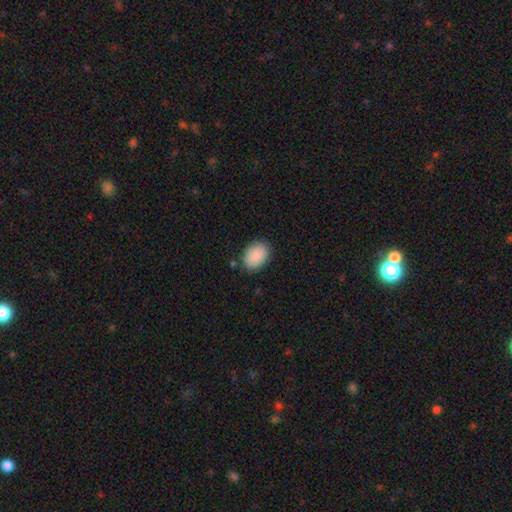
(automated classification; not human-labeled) This appears to be a smooth galaxy with no disk features (90%) that is in between round and cigar-shaped (84%). Merging: none (86%).